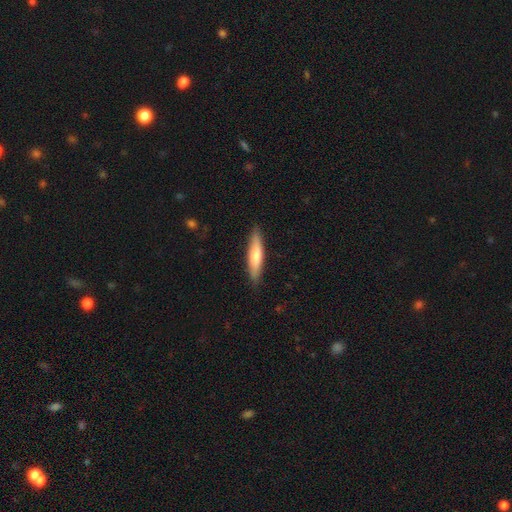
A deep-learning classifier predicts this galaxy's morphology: Overall: smooth (65%; featured or disk 29%). How rounded: cigar-shaped (80%). Merging: none (87%).